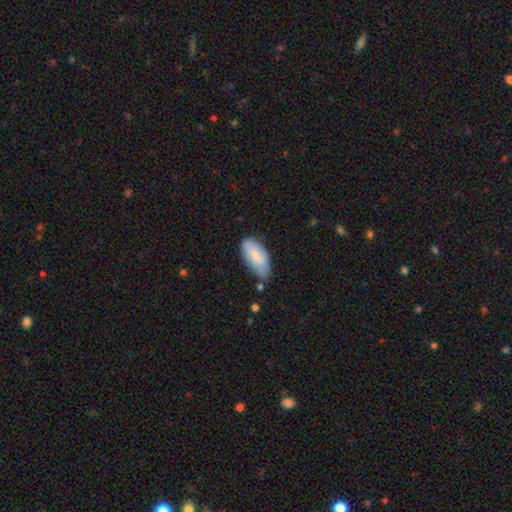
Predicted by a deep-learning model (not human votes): smooth 77%, featured or disk 17%, star or artifact 6%. Down the decision tree: how rounded — in between (92%); merging — none (57%).